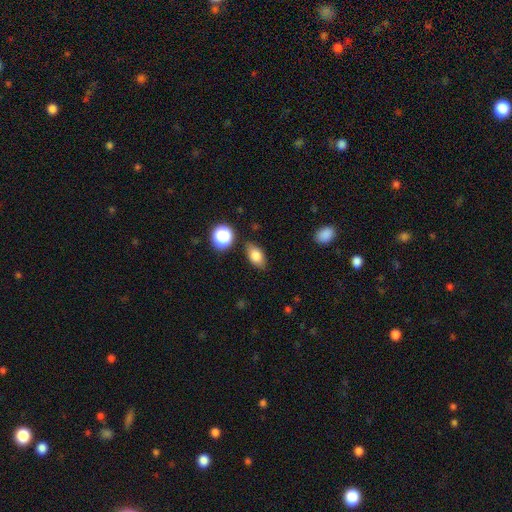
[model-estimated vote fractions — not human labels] Smooth or featured? Predicted: smooth (p=0.79). How rounded? Predicted: in between (p=0.85). Merging? Predicted: none (p=0.83).